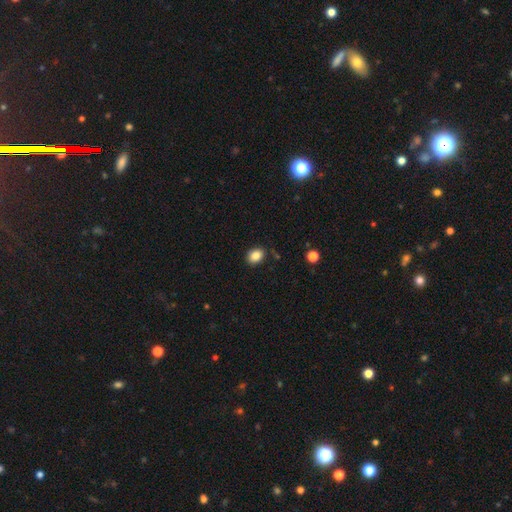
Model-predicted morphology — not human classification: smooth_or_featured: smooth (p=0.85) [alt: star or artifact p=0.10]
how_rounded: in between (p=0.50) [alt: round p=0.49]
merging: none (p=0.85) [alt: minor disturbance p=0.11]